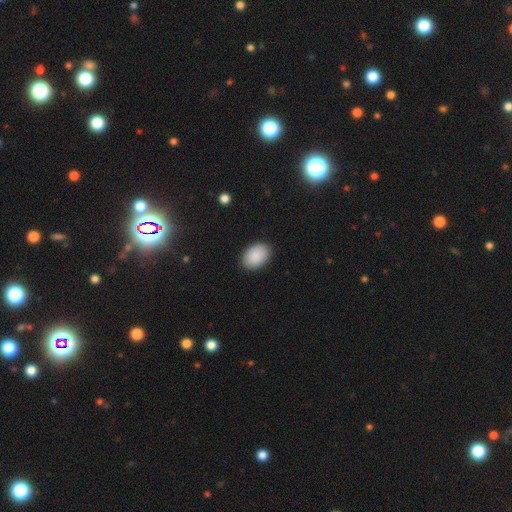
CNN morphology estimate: Smooth or featured: smooth — 89% (star or artifact — 7%)
How rounded: in between — 83% (round — 16%)
Merging: none — 89% (minor disturbance — 8%)